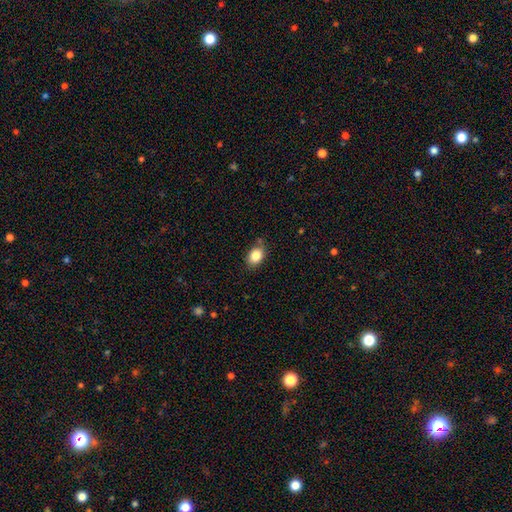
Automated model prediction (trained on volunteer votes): smooth 84%, star or artifact 9%, featured or disk 7%. Down the decision tree: how rounded — in between (73%); merging — none (78%).